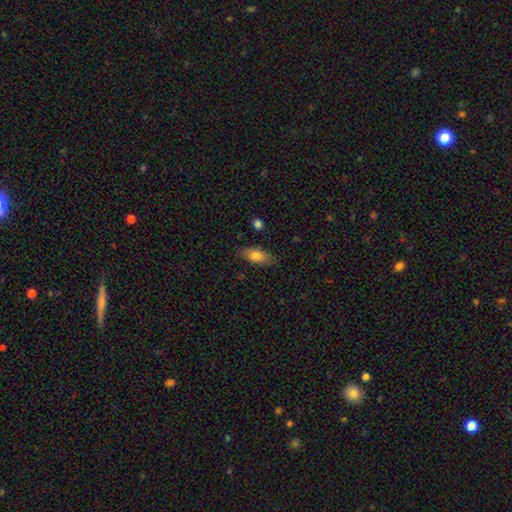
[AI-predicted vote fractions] A smooth galaxy with no disk features (76%) that is in between round and cigar-shaped (80%).

Vote fractions:
- Smooth or featured? smooth: 76% / featured or disk: 16% / star or artifact: 7%
- How rounded? in between: 80% / cigar-shaped: 17% / round: 3%
- Merging? none: 81% / minor disturbance: 14% / major disturbance: 3% / merger: 2%